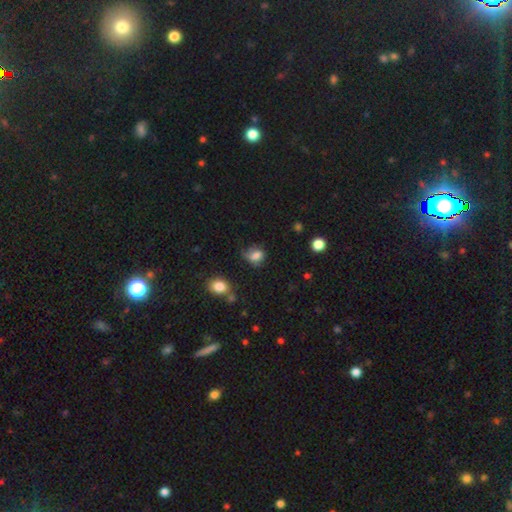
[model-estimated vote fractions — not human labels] Q: Smooth or featured?
A: smooth (73%); runner-up: featured or disk (15%)
Q: How rounded?
A: in between (53%); runner-up: round (46%)
Q: Merging?
A: none (43%); runner-up: minor disturbance (33%)